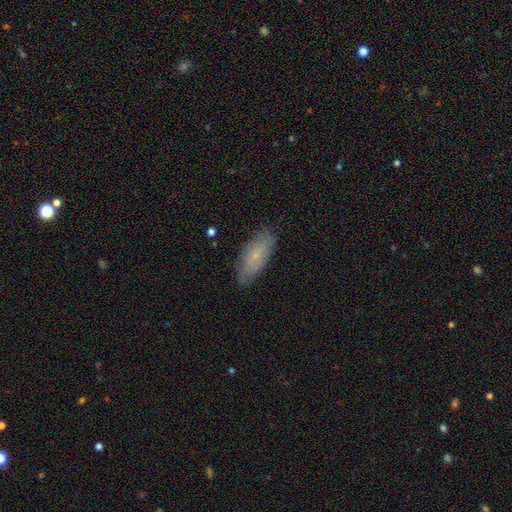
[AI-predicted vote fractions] Morphology: type=smooth (64%); roundness=in between (74%); merging=none (79%).